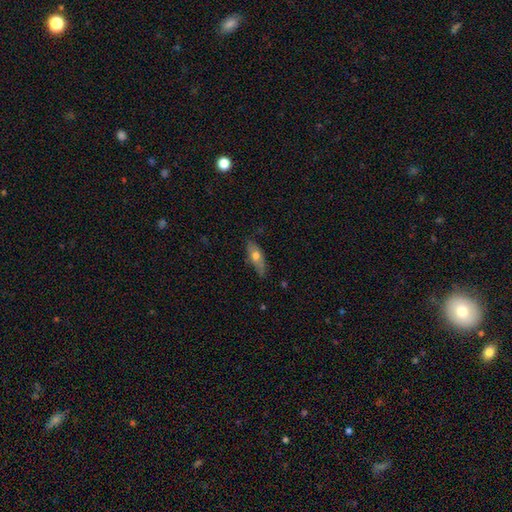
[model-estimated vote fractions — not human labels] Q: Smooth or featured?
A: smooth (57%); runner-up: featured or disk (36%)
Q: How rounded?
A: in between (60%); runner-up: cigar-shaped (37%)
Q: Merging?
A: none (74%); runner-up: minor disturbance (21%)